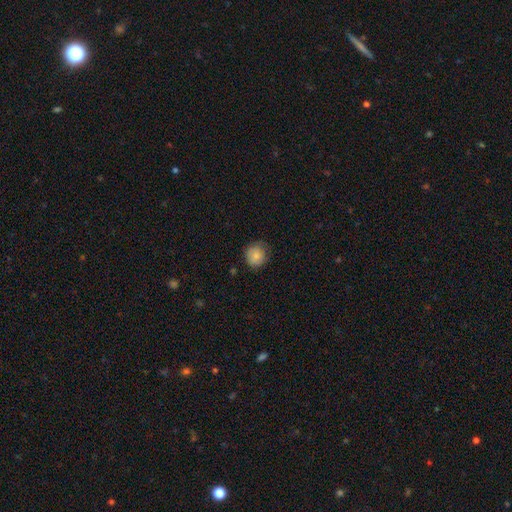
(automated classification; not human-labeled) smooth_or_featured: smooth (p=0.82) [alt: featured or disk p=0.10]
how_rounded: round (p=0.88) [alt: in between p=0.11]
merging: none (p=0.74) [alt: minor disturbance p=0.20]